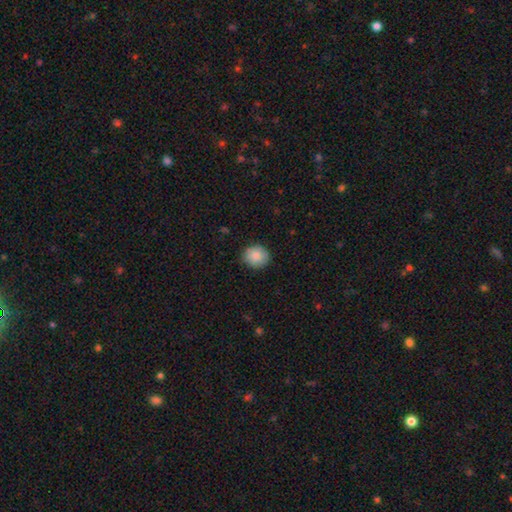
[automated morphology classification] The model was most divided on "how rounded": round: 82%, in between: 17%, cigar-shaped: 1%. More confident: merging — none (86%); smooth or featured — smooth (86%).